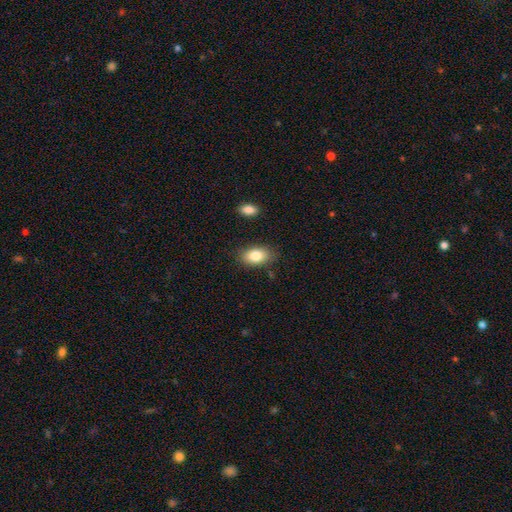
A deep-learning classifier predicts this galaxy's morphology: Smooth or featured: smooth — 83% (featured or disk — 9%)
How rounded: in between — 91% (round — 7%)
Merging: none — 82% (minor disturbance — 13%)